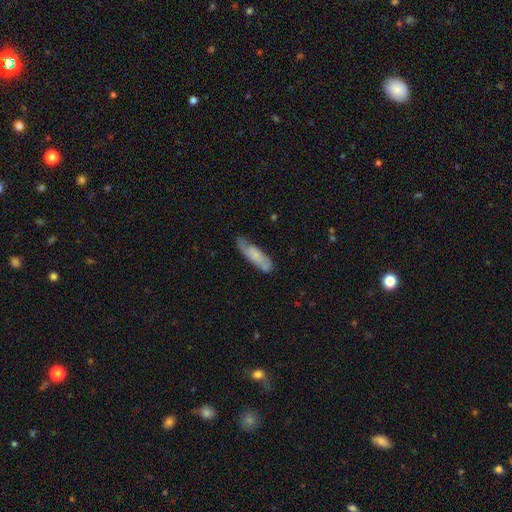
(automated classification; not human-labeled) smooth 58%, featured or disk 35%, star or artifact 7%. Down the decision tree: how rounded — cigar-shaped (60%); merging — none (67%).